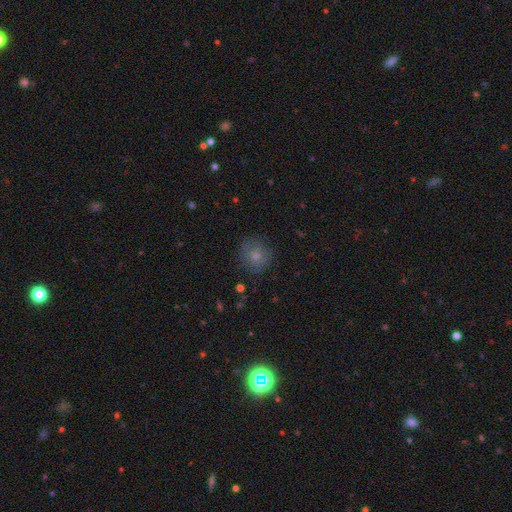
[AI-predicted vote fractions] smooth-or-featured: smooth: 76% | featured or disk: 13% | star or artifact: 11%
  how-rounded: round: 89% | in between: 10% | cigar-shaped: 1%
  merging: none: 79% | minor disturbance: 15% | major disturbance: 5% | merger: 1%